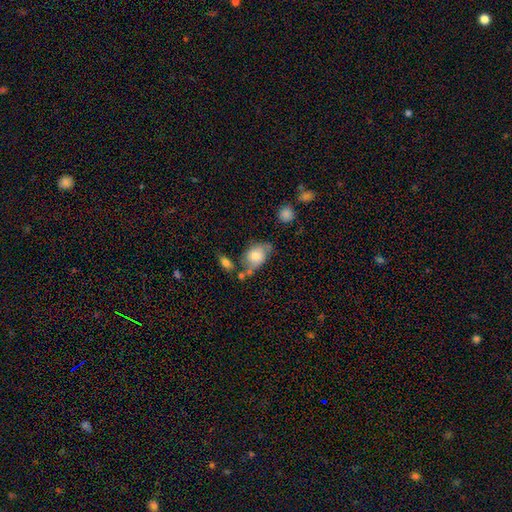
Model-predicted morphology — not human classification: This appears to be a smooth galaxy with no disk features (71%) that is in between round and cigar-shaped (75%). Merging: none (43%).